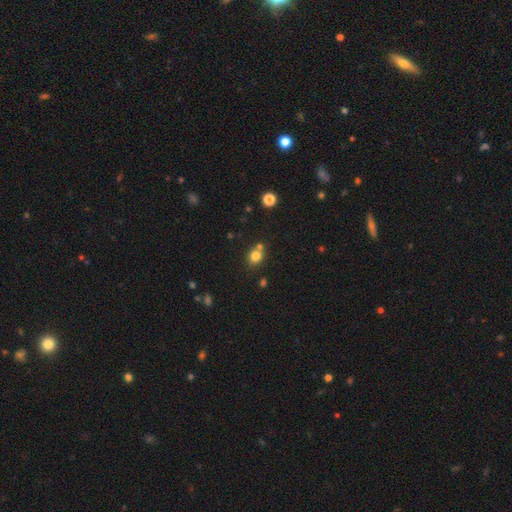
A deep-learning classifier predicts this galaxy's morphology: Overall: smooth (80%). How rounded: round (74%). Merging: none (63%; merger 24%).